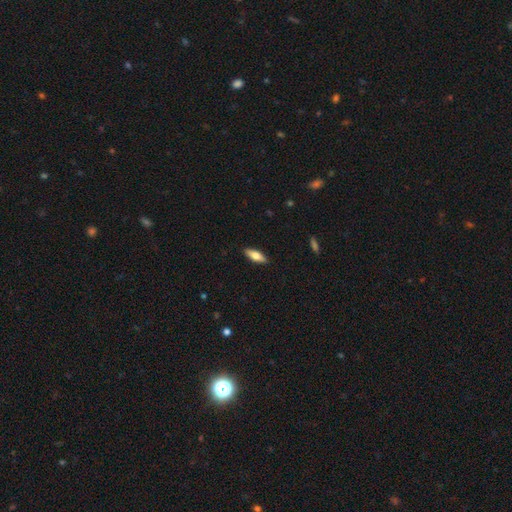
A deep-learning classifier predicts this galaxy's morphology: The model was most divided on "how rounded": in between: 62%, cigar-shaped: 36%, round: 2%. More confident: merging — none (89%); smooth or featured — smooth (67%).